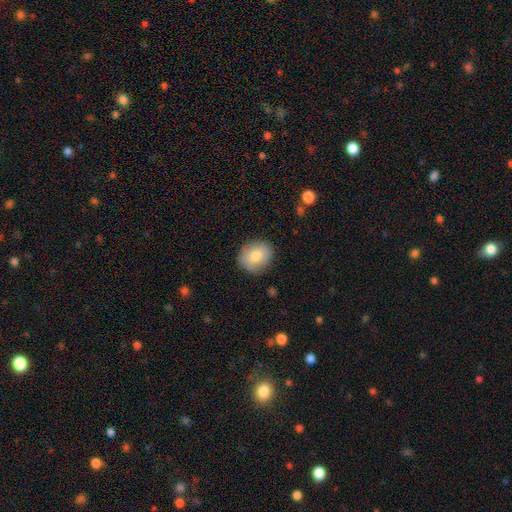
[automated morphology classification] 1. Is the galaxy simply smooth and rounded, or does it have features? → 77% smooth, 16% featured or disk, 8% star or artifact.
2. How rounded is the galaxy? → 74% round, 25% in between, 1% cigar-shaped.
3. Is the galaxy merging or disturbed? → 83% none, 13% minor disturbance, 3% major disturbance, 1% merger.